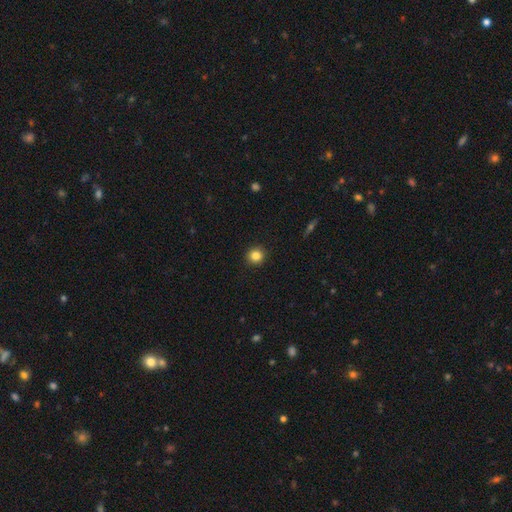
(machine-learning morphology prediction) This appears to be a smooth galaxy with no disk features (84%) that is round (92%). Merging: none (92%).